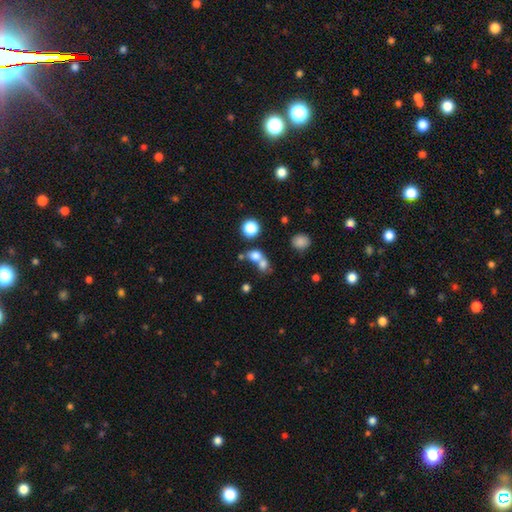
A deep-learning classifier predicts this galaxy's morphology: This appears to be a smooth galaxy with no disk features (72%) that is round (63%). Merging: merger (57%).